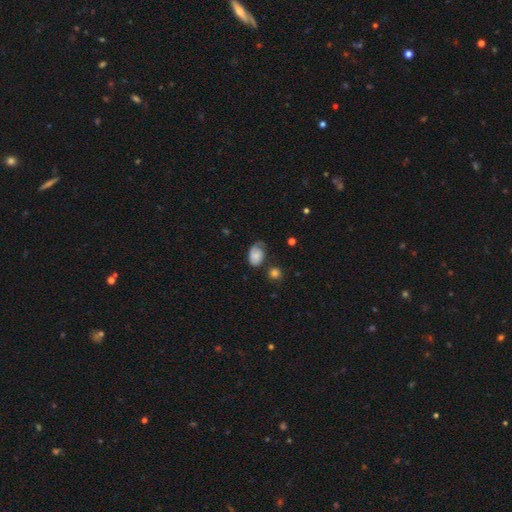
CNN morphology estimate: Smooth or featured? smooth (60%)
How rounded? in between (83%)
Merging? none (43%)